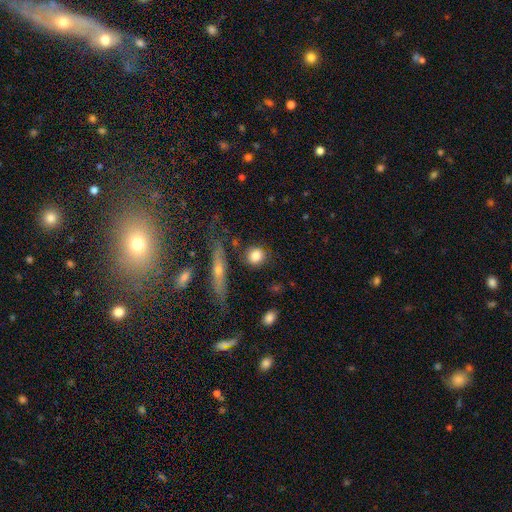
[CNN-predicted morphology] smooth 81%, featured or disk 11%, star or artifact 8%. Down the decision tree: how rounded — round (81%); merging — none (77%).